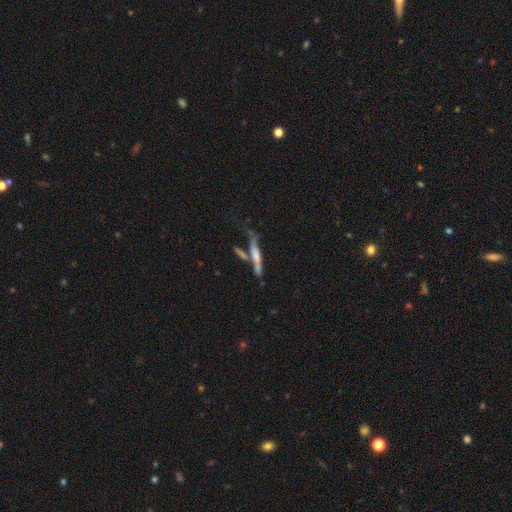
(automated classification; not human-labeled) Morphology: type=featured or disk (52%); edge-on=yes (84%); merging=none (46%).